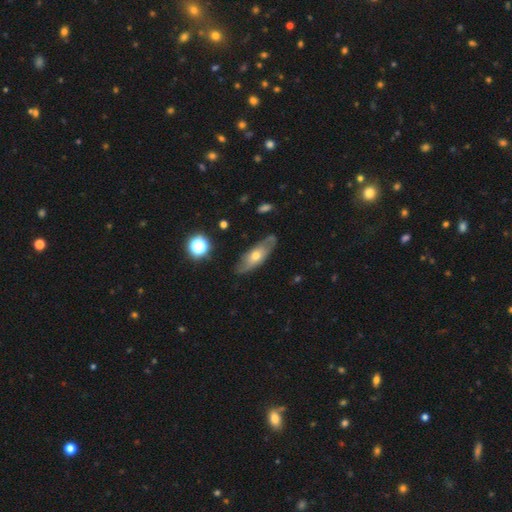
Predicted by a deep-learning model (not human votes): This appears to be a featured or disk galaxy (49%). Merging: none (77%).